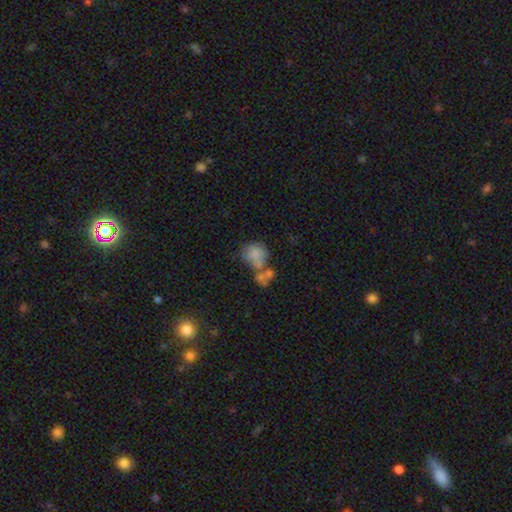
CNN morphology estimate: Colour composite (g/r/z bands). It shows a smooth galaxy with no disk features (67%) that is round (60%). Merging: merger (43%).